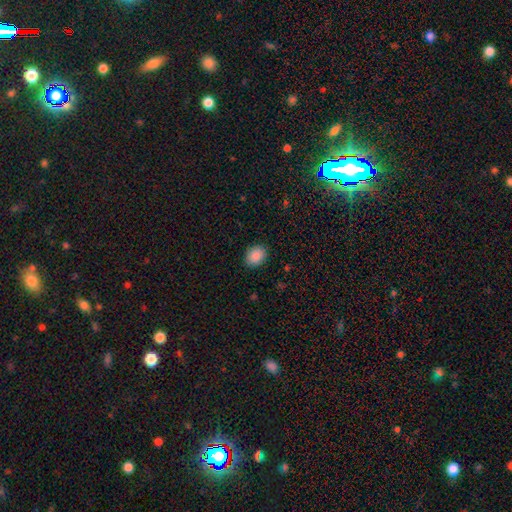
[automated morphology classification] type=smooth (89%); roundness=in between (54%); merging=none (89%).